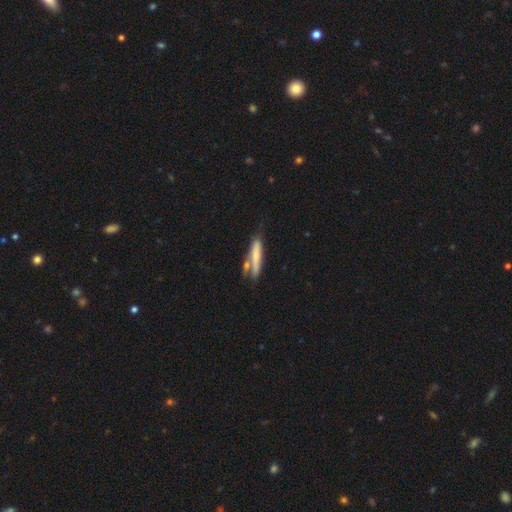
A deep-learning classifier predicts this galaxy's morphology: smooth_or_featured: smooth (p=0.64) [alt: featured or disk p=0.30]
how_rounded: cigar-shaped (p=0.85) [alt: in between p=0.13]
merging: none (p=0.50) [alt: merger p=0.24]